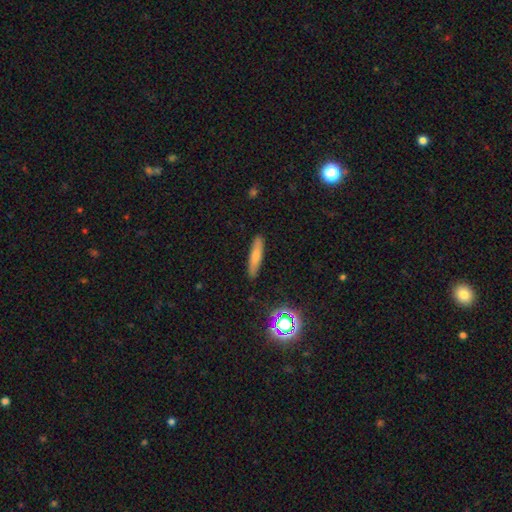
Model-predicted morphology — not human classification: Smooth or featured: smooth — 69% (featured or disk — 22%)
How rounded: cigar-shaped — 84% (in between — 14%)
Merging: none — 89% (minor disturbance — 8%)